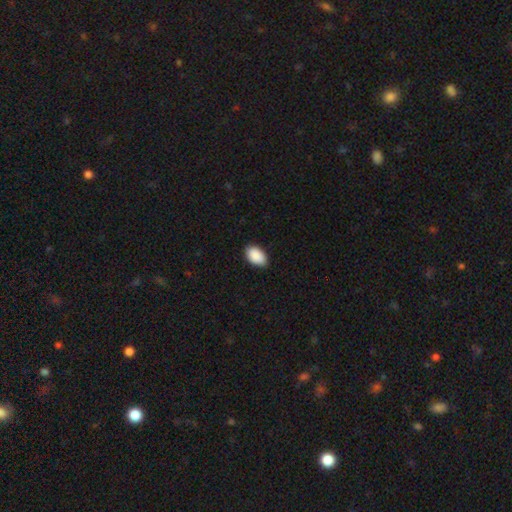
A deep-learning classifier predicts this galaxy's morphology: The model was most divided on "merging": none: 84%, minor disturbance: 13%, major disturbance: 2%, merger: 1%. More confident: how rounded — in between (93%); smooth or featured — smooth (90%).